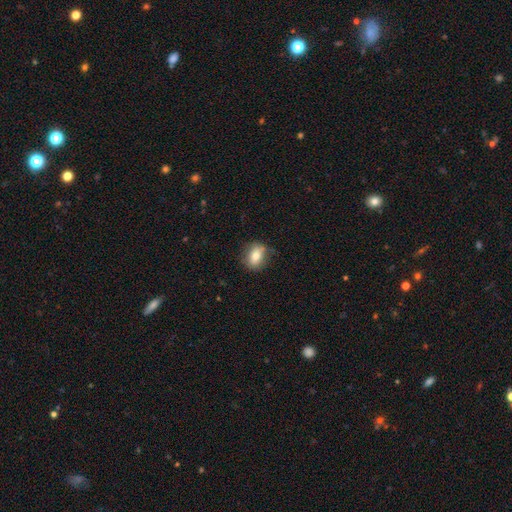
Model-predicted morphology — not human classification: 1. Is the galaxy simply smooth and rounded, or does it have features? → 76% smooth, 16% featured or disk, 8% star or artifact.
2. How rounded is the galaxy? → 70% in between, 28% round, 3% cigar-shaped.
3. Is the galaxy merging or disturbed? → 77% none, 18% minor disturbance, 4% major disturbance, 1% merger.